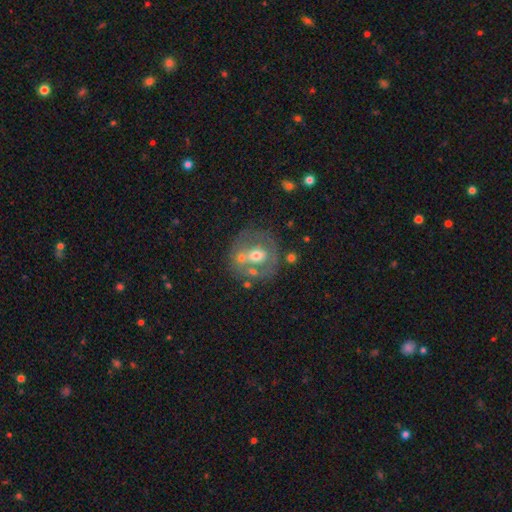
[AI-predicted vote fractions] A featured or disk galaxy (52%).

Vote fractions:
- Smooth or featured? featured or disk: 52% / smooth: 39% / star or artifact: 9%
- Edge-on disk? no: 95% / yes: 5%
- Merging? none: 60% / minor disturbance: 17% / merger: 13% / major disturbance: 10%